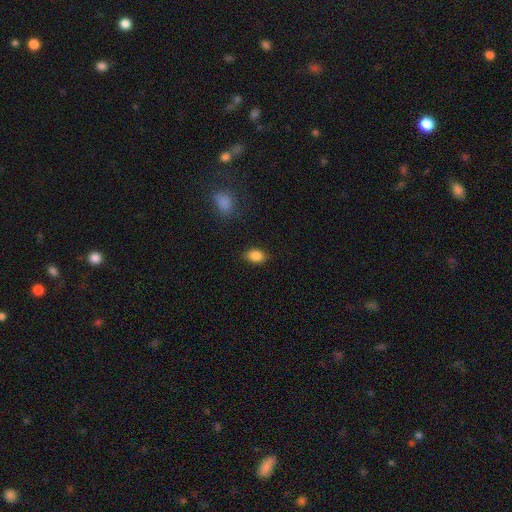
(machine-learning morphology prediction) This appears to be a smooth galaxy with no disk features (87%) that is in between round and cigar-shaped (82%). Merging: none (84%).